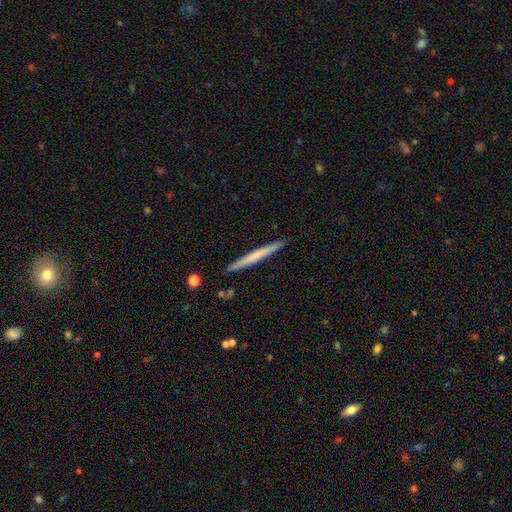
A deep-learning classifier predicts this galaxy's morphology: Smooth or featured? Predicted: smooth (p=0.54). How rounded? Predicted: cigar-shaped (p=0.97). Merging? Predicted: none (p=0.91).